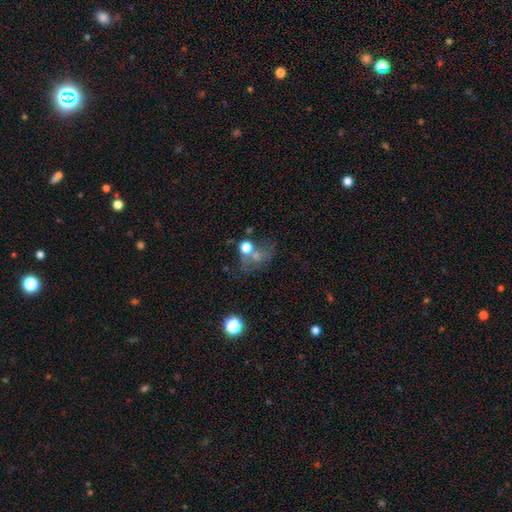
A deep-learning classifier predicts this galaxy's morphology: Smooth or featured?
  - smooth: 36% *
  - featured or disk: 33%
  - star or artifact: 32%
Merging?
  - none: 44% *
  - merger: 22%
  - major disturbance: 18%
  - minor disturbance: 16%